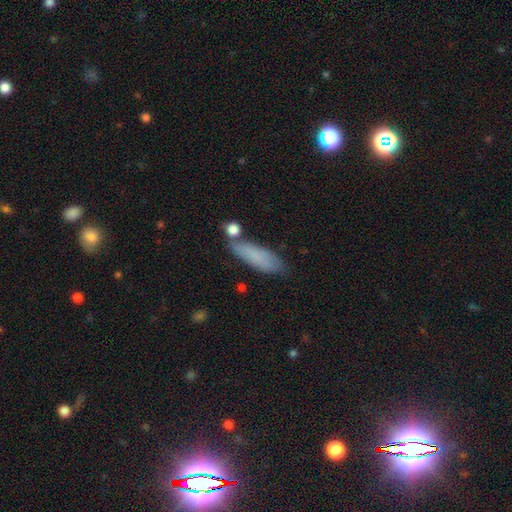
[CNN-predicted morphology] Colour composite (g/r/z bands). It shows a smooth galaxy with no disk features (75%) that is cigar-shaped (55%). Merging: none (67%).